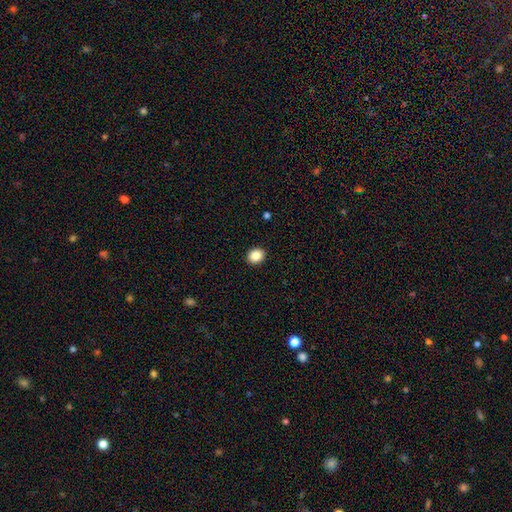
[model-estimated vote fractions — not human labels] smooth_or_featured: smooth (p=0.86) [alt: star or artifact p=0.09]
how_rounded: round (p=0.65) [alt: in between p=0.34]
merging: none (p=0.92) [alt: minor disturbance p=0.05]